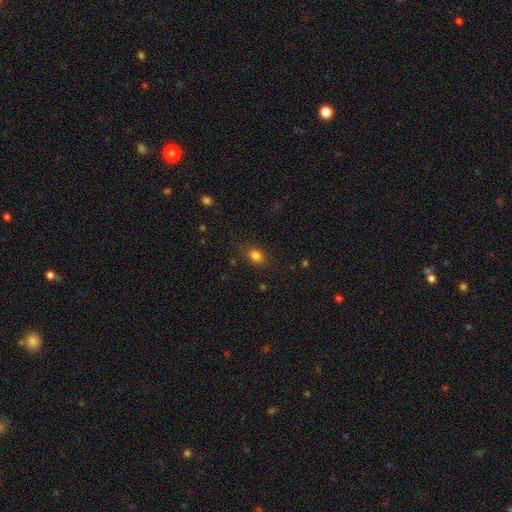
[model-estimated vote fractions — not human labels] smooth_or_featured: smooth (p=0.81) [alt: star or artifact p=0.12]
how_rounded: in between (p=0.67) [alt: round p=0.31]
merging: none (p=0.79) [alt: minor disturbance p=0.15]